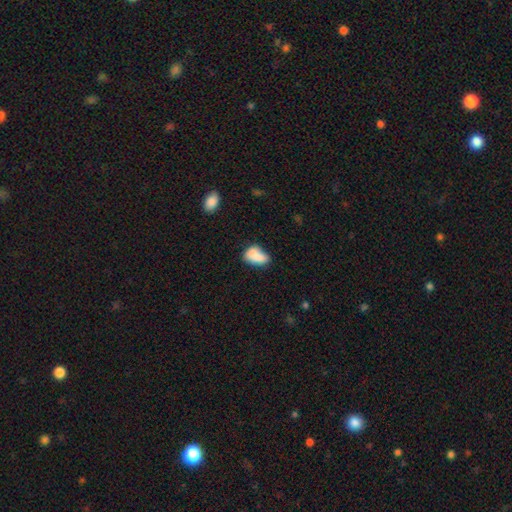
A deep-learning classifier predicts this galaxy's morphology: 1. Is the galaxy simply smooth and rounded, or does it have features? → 77% smooth, 14% featured or disk, 9% star or artifact.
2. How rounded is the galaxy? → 87% in between, 10% round, 3% cigar-shaped.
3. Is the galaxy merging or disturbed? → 38% none, 26% minor disturbance, 25% merger, 12% major disturbance.